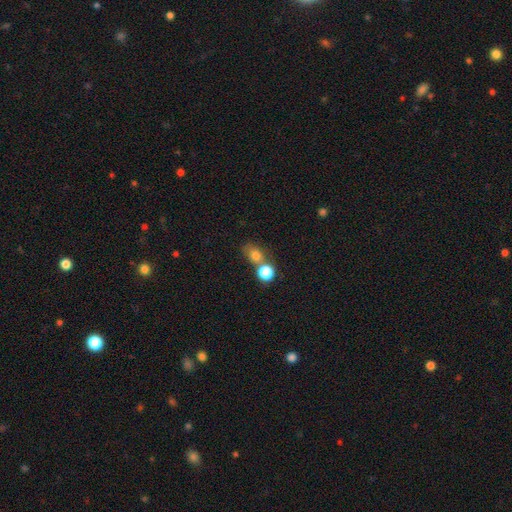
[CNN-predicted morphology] A smooth galaxy with no disk features (77%) that is round (60%).

Vote fractions:
- Smooth or featured? smooth: 77% / star or artifact: 13% / featured or disk: 10%
- How rounded? round: 60% / in between: 38% / cigar-shaped: 2%
- Merging? merger: 45% / none: 39% / minor disturbance: 10% / major disturbance: 6%